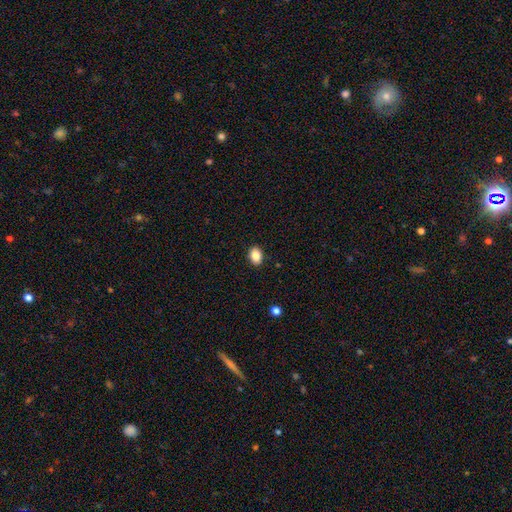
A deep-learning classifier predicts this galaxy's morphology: Smooth or featured?
  - smooth: 86% *
  - star or artifact: 9%
  - featured or disk: 5%
How rounded?
  - in between: 74% *
  - round: 25%
  - cigar-shaped: 1%
Merging?
  - none: 90% *
  - minor disturbance: 7%
  - major disturbance: 2%
  - merger: 1%